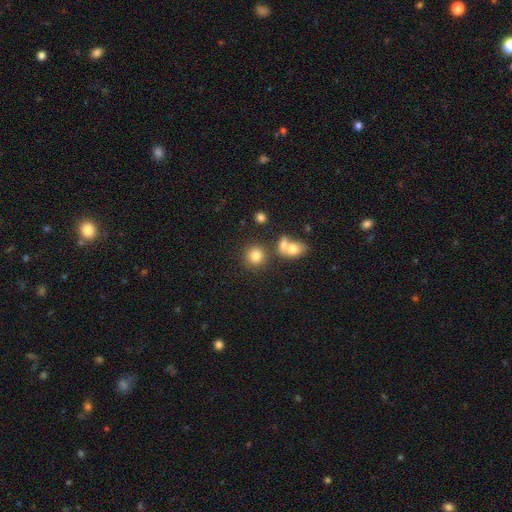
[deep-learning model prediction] smooth 80%, star or artifact 12%, featured or disk 8%. Down the decision tree: how rounded — round (85%); merging — none (70%).